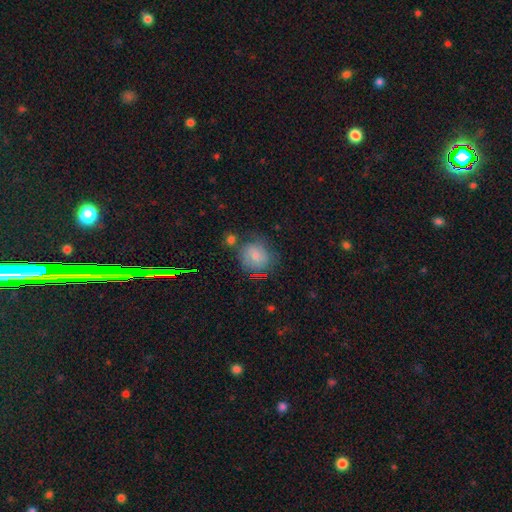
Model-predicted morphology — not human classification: Smooth or featured?
  - smooth: 70% *
  - featured or disk: 17%
  - star or artifact: 12%
How rounded?
  - round: 69% *
  - in between: 30%
  - cigar-shaped: 1%
Merging?
  - none: 59% *
  - minor disturbance: 24%
  - major disturbance: 11%
  - merger: 7%